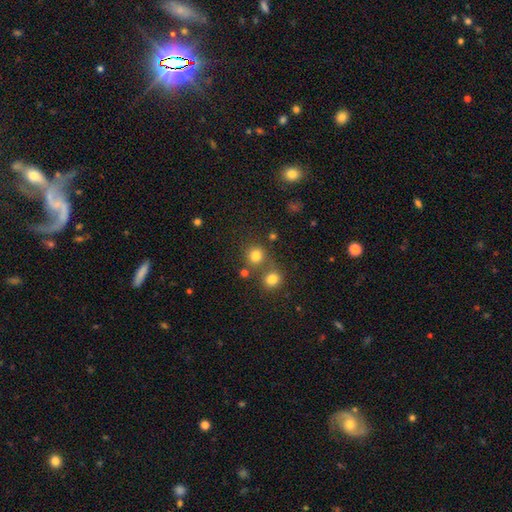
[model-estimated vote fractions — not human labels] Morphology: type=smooth (79%); roundness=round (90%); merging=none (66%).